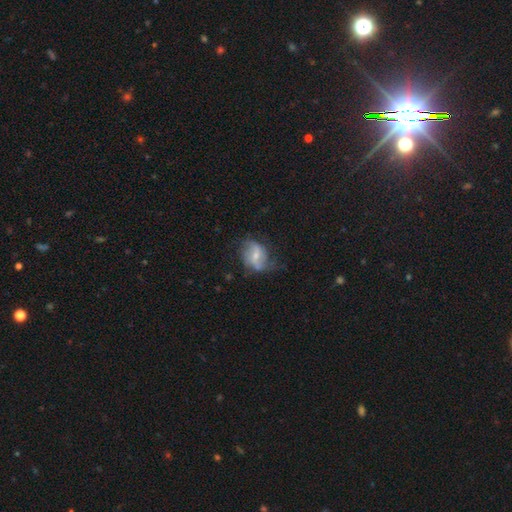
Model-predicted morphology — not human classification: The model was most divided on "bulge size": small: 51%, moderate: 42%, none: 4%, large: 2%, dominant: 1%. Remaining: edge-on disk — no (95%); spiral arms — yes (76%); smooth or featured — featured or disk (59%); merging — none (53%); bar — weak (44%).